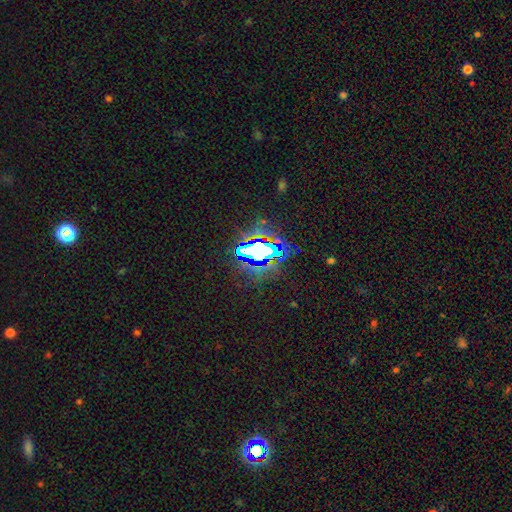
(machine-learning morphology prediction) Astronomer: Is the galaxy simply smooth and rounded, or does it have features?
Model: star or artifact — 63%.